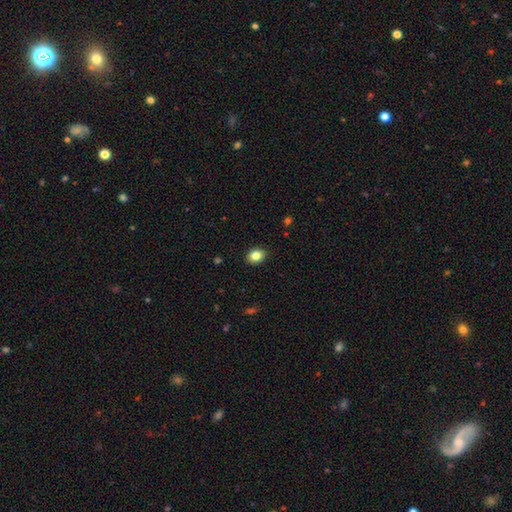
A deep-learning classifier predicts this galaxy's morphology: smooth_or_featured: smooth (p=0.84) [alt: star or artifact p=0.10]
how_rounded: in between (p=0.53) [alt: round p=0.46]
merging: none (p=0.90) [alt: minor disturbance p=0.07]